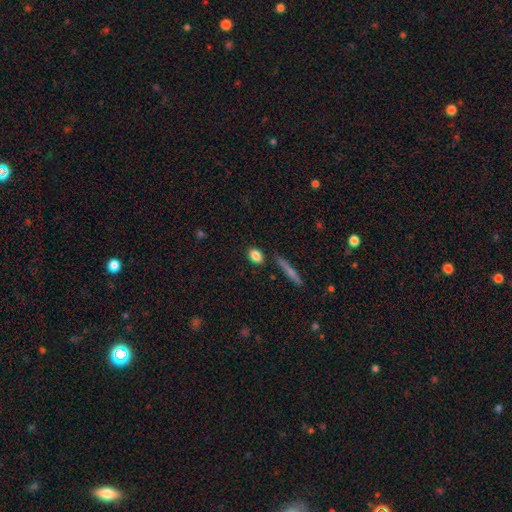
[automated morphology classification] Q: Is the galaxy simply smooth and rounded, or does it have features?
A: smooth — 85%.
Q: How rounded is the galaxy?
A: in between — 72%.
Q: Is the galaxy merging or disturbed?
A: none — 83%.